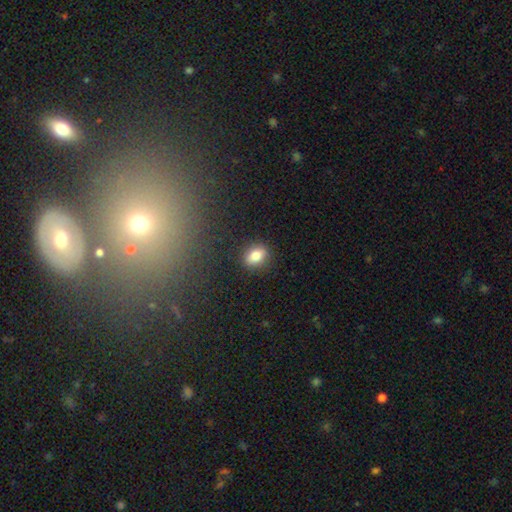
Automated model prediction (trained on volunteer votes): smooth-or-featured: smooth: 81% | star or artifact: 10% | featured or disk: 9%
  how-rounded: in between: 67% | round: 31% | cigar-shaped: 2%
  merging: none: 88% | minor disturbance: 9% | major disturbance: 2% | merger: 1%